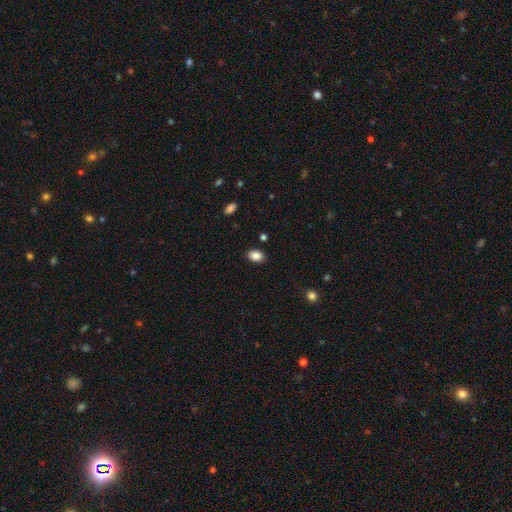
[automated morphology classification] Smooth or featured?
  - smooth: 87% *
  - star or artifact: 9%
  - featured or disk: 4%
How rounded?
  - in between: 76% *
  - round: 23%
  - cigar-shaped: 1%
Merging?
  - none: 88% *
  - minor disturbance: 8%
  - major disturbance: 2%
  - merger: 2%